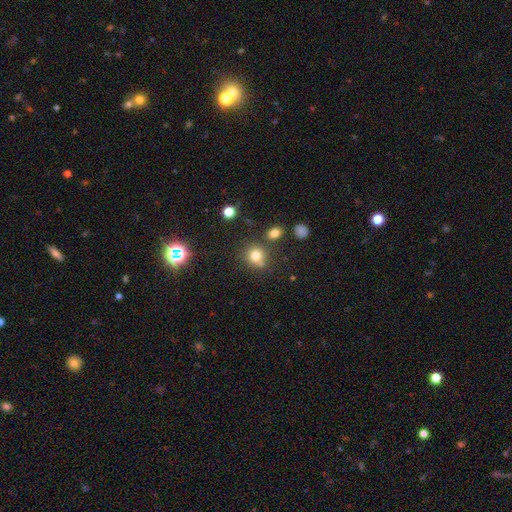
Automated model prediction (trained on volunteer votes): This is likely a smooth galaxy (75%). How rounded: clearly round (86%). Merging: likely none (67%).